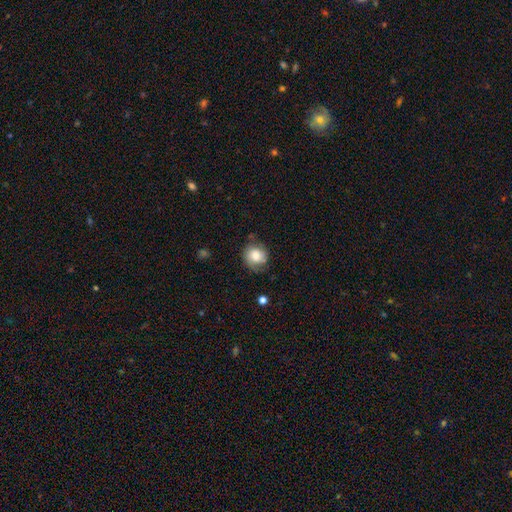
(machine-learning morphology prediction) Smooth or featured?
  - smooth: 69% *
  - featured or disk: 22%
  - star or artifact: 9%
How rounded?
  - round: 80% *
  - in between: 19%
  - cigar-shaped: 1%
Merging?
  - none: 65% *
  - minor disturbance: 25%
  - major disturbance: 8%
  - merger: 2%